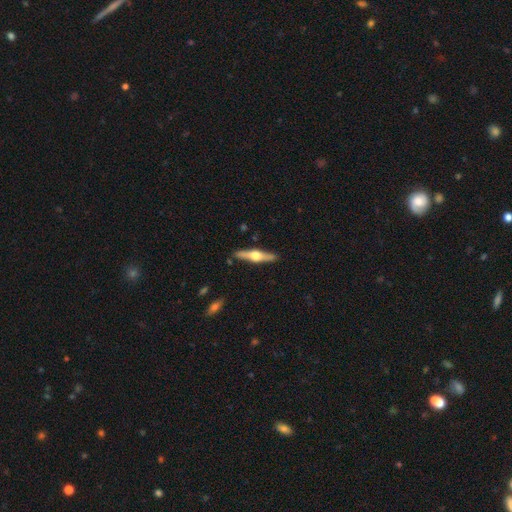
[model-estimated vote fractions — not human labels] A featured or disk galaxy (68%) viewed edge-on (97%) with a rounded central bulge (95%).

Vote fractions:
- Smooth or featured? featured or disk: 68% / smooth: 27% / star or artifact: 5%
- Edge-on disk? yes: 97% / no: 3%
- Edge-on bulge? rounded: 95% / boxy: 3% / none: 2%
- Merging? none: 89% / minor disturbance: 8% / major disturbance: 2% / merger: 2%